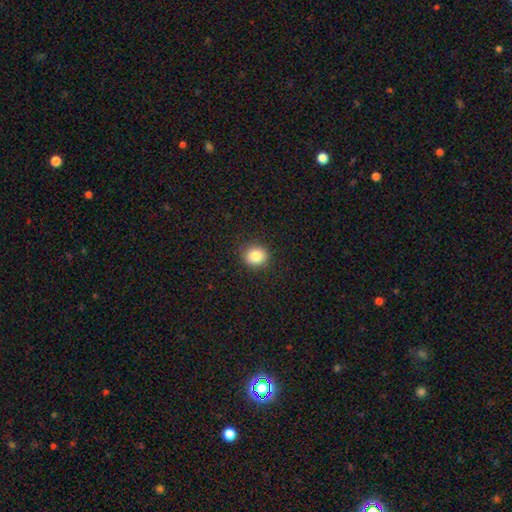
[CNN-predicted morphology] A smooth galaxy with no disk features (86%) that is round (76%).

Vote fractions:
- Smooth or featured? smooth: 86% / star or artifact: 10% / featured or disk: 5%
- How rounded? round: 76% / in between: 23% / cigar-shaped: 1%
- Merging? none: 90% / minor disturbance: 7% / major disturbance: 2% / merger: 1%